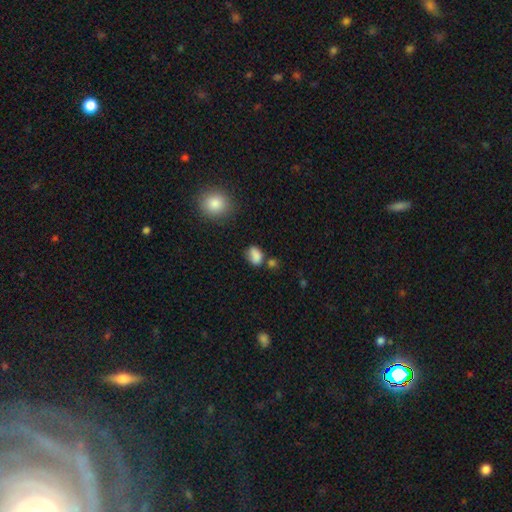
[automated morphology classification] Smooth or featured?
  - smooth: 83% *
  - star or artifact: 11%
  - featured or disk: 6%
How rounded?
  - in between: 74% *
  - round: 24%
  - cigar-shaped: 2%
Merging?
  - none: 56% *
  - minor disturbance: 22%
  - merger: 14%
  - major disturbance: 7%